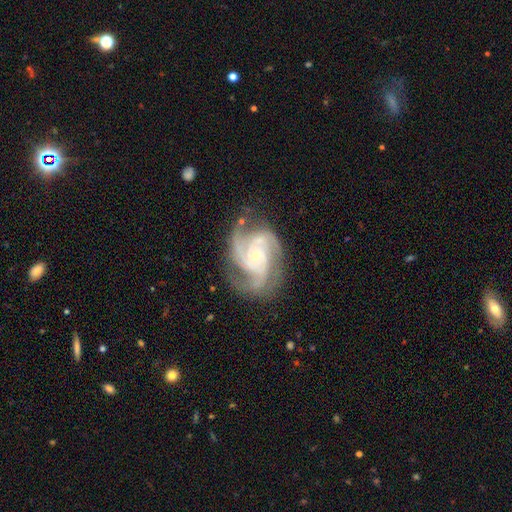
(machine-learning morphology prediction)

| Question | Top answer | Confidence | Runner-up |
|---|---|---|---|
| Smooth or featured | featured or disk | 91% | star or artifact (5%) |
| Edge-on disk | no | 98% | yes (2%) |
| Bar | no | 72% | weak (22%) |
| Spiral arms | yes | 98% | no (2%) |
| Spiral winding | medium | 47% | tight (44%) |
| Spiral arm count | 3 | 58% | 4 (19%) |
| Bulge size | small | 79% | moderate (16%) |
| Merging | none | 70% | minor disturbance (18%) |